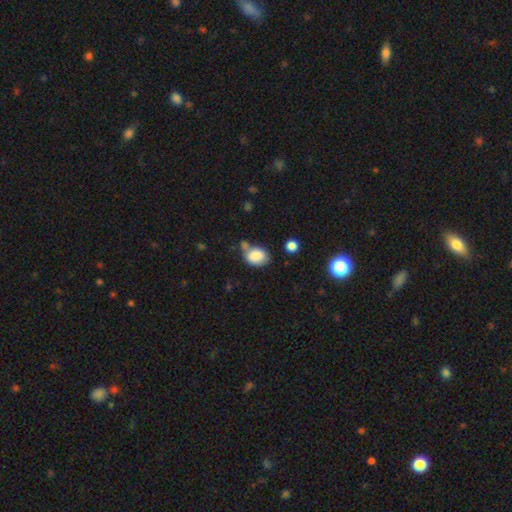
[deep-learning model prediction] Smooth or featured: smooth — 83% (star or artifact — 9%)
How rounded: in between — 64% (round — 35%)
Merging: none — 45% (minor disturbance — 24%)